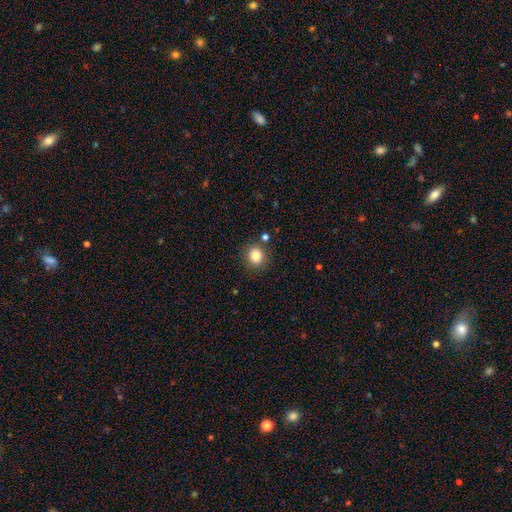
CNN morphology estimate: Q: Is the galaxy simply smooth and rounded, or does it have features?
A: smooth — 83%.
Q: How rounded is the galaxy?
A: round — 84%.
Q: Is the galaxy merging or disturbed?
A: none — 84%.